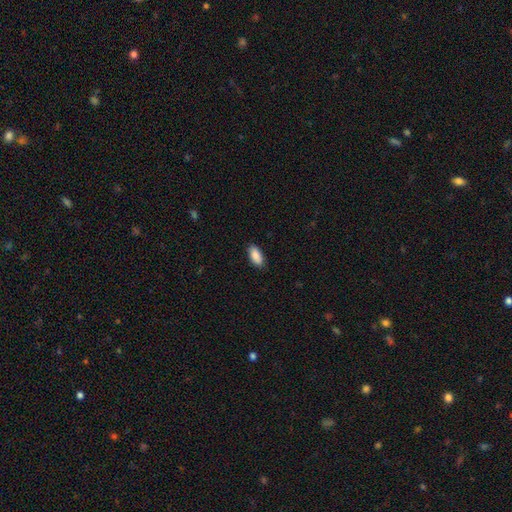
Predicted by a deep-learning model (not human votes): Smooth or featured? smooth (90%)
How rounded? in between (90%)
Merging? none (88%)